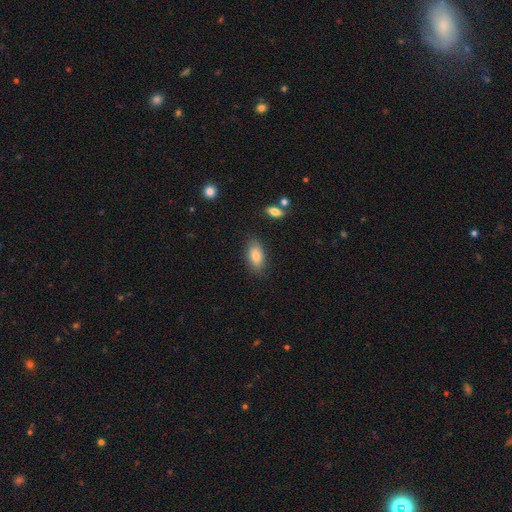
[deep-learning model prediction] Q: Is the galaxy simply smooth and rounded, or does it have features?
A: smooth — 82%.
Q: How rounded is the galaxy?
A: in between — 89%.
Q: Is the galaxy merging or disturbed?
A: none — 83%.